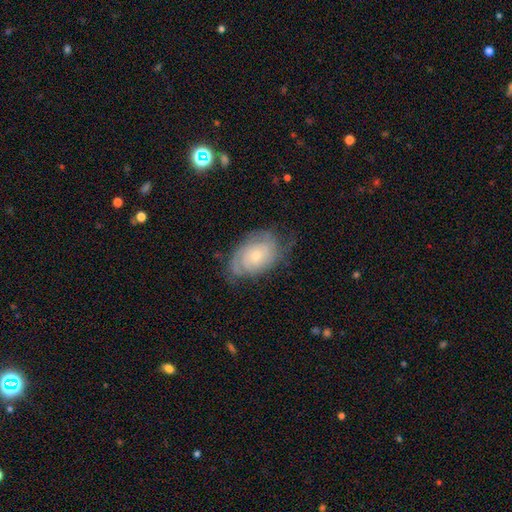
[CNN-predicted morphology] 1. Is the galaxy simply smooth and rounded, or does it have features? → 76% featured or disk, 18% smooth, 6% star or artifact.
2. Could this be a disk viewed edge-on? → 96% no, 4% yes.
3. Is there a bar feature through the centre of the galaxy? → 77% no, 20% weak, 3% strong.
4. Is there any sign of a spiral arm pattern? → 92% yes, 8% no.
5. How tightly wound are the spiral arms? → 69% tight, 24% medium, 7% loose.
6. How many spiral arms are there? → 41% can't tell, 32% 2, 12% 3, 5% 1, 5% 4, 4% more than 4.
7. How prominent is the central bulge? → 67% small, 29% moderate, 2% none, 2% large, 1% dominant.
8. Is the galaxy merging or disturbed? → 66% none, 23% minor disturbance, 10% major disturbance, 1% merger.